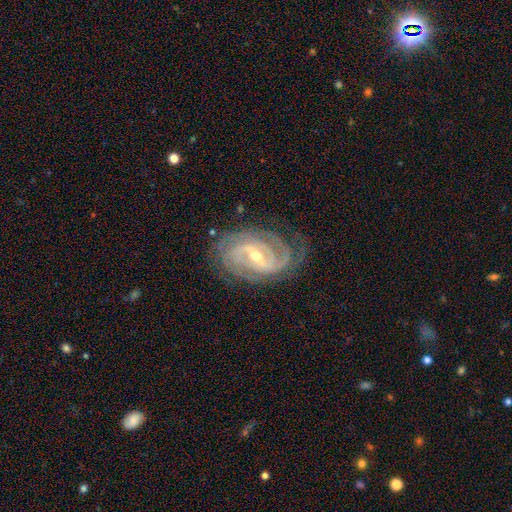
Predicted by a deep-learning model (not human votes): This appears to be a featured or disk galaxy (92%) with a weak bar (42%, tied with strong), 2 (33%) tight (71%) spiral arms (98%) and a small central bulge (51%). Merging: none (78%).